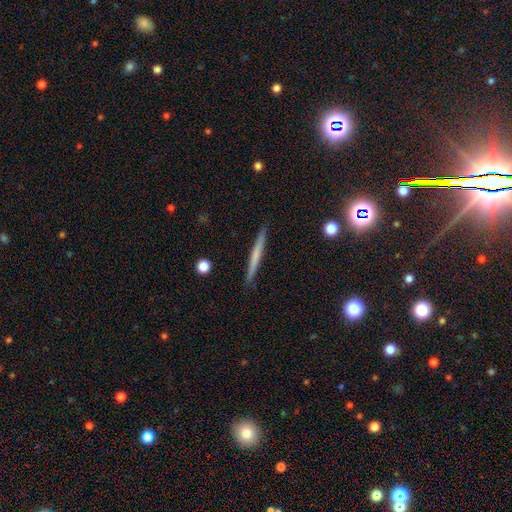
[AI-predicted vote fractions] Morphology: type=smooth (54%); roundness=cigar-shaped (96%); merging=none (92%).